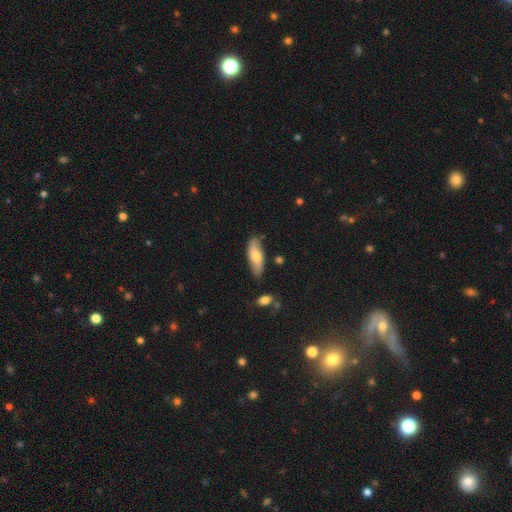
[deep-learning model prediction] A smooth galaxy with no disk features (65%) that is in between round and cigar-shaped (63%). Merging: none (78%).